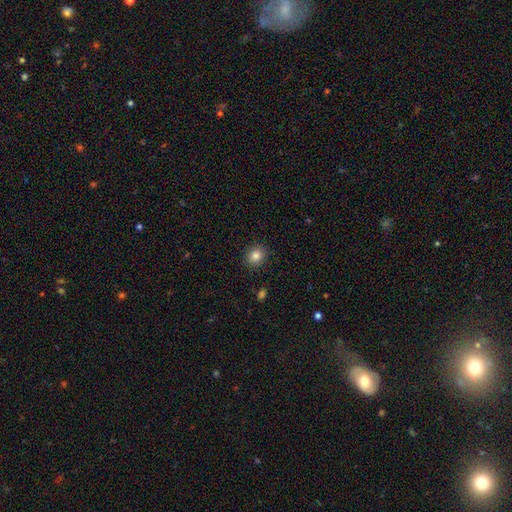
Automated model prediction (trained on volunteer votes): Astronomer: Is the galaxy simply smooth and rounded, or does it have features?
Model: smooth — 84%.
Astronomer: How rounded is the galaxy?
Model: round — 73%.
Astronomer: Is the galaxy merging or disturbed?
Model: none — 90%.